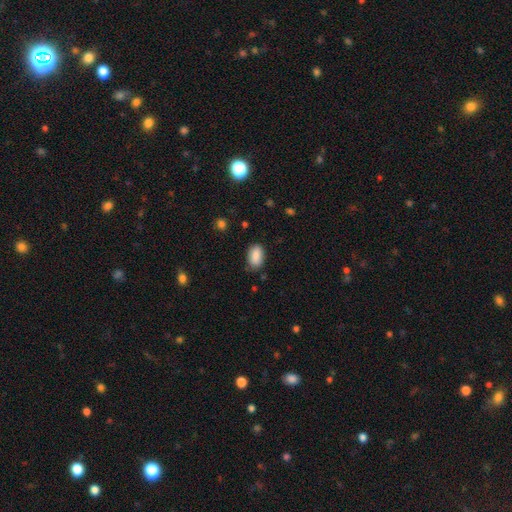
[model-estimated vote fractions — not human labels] The model was most divided on "merging": none: 80%, minor disturbance: 15%, major disturbance: 3%, merger: 1%. More confident: how rounded — in between (92%); smooth or featured — smooth (88%).